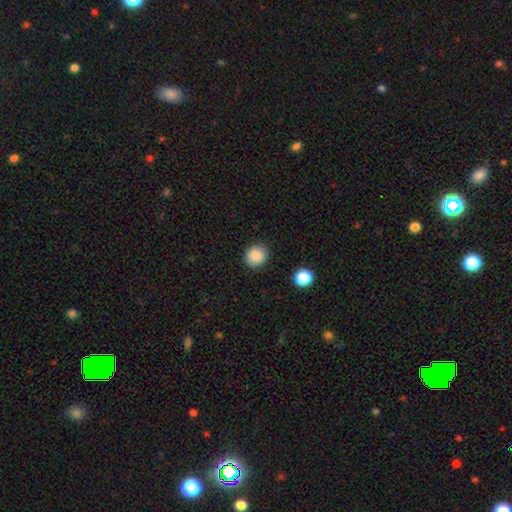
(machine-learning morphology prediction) Smooth or featured? Predicted: smooth (p=0.88). How rounded? Predicted: round (p=0.84). Merging? Predicted: none (p=0.89).